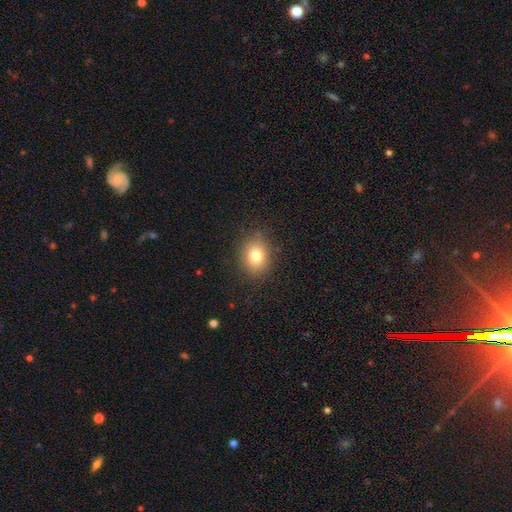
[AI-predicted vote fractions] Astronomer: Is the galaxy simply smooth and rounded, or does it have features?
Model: smooth — 79%.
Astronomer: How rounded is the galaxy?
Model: in between — 50% (runner-up: round, 49%).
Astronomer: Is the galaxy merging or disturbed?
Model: none — 86%.